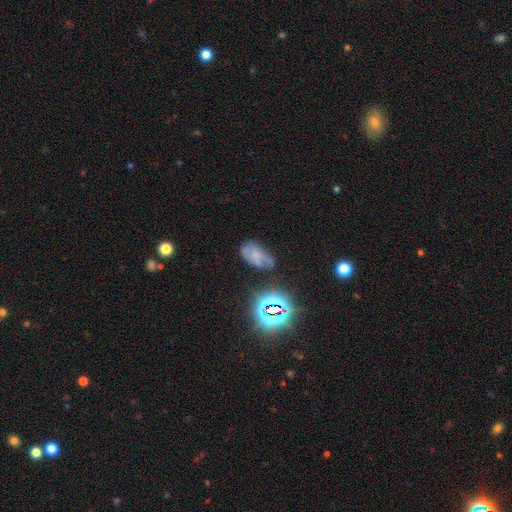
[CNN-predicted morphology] A smooth galaxy with no disk features (42%). Merging: none (43%).